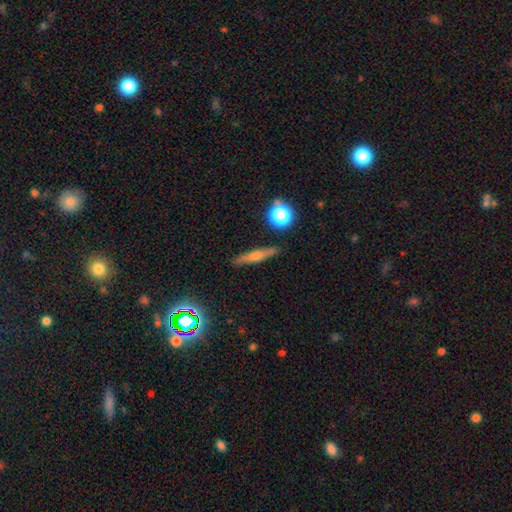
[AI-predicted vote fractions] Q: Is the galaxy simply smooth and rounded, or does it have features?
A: featured or disk — 51%.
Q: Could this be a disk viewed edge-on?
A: yes — 94%.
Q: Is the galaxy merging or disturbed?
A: none — 89%.